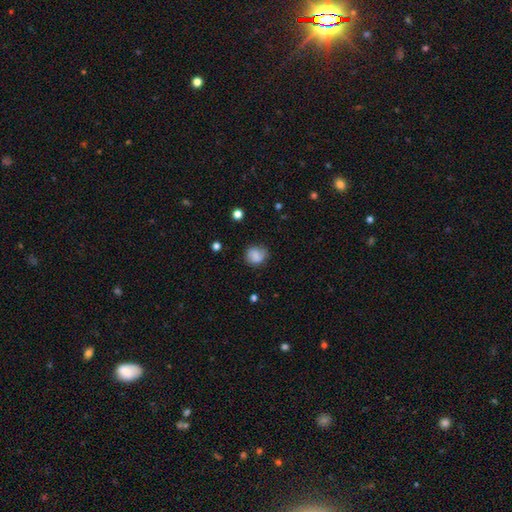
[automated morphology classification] This appears to be a smooth galaxy with no disk features (74%) that is round (76%). Merging: none (69%).